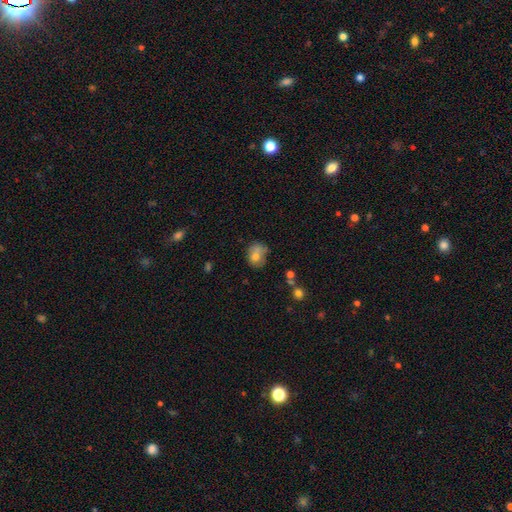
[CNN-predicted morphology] type=smooth (73%); roundness=round (51%); merging=none (44%).